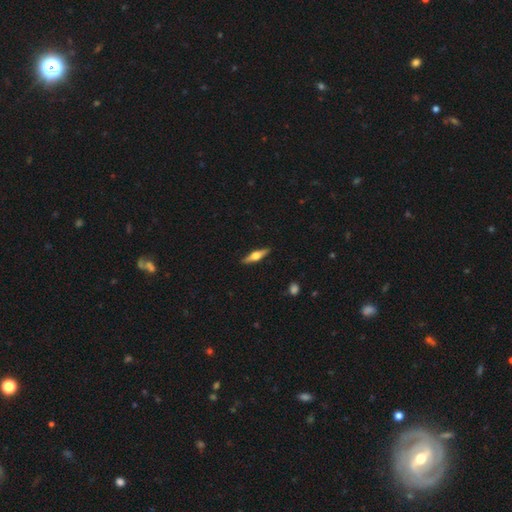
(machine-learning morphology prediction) This is likely a featured or disk galaxy (60%). It is clearly viewed edge-on (96%). Edge-on bulge: clearly rounded (94%). Merging: clearly none (90%).